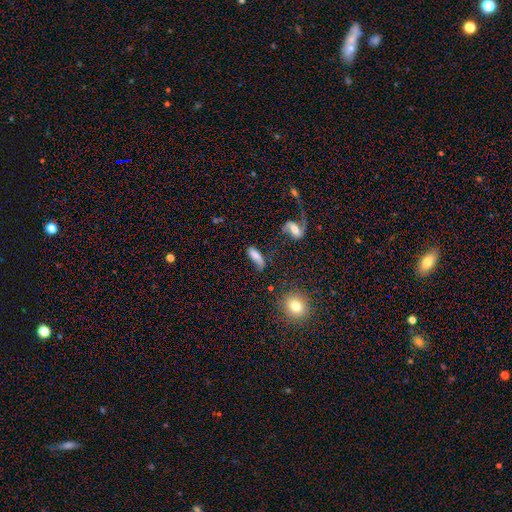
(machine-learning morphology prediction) Q: Smooth or featured?
A: smooth (59%); runner-up: featured or disk (30%)
Q: How rounded?
A: in between (64%); runner-up: cigar-shaped (31%)
Q: Merging?
A: none (40%); runner-up: minor disturbance (25%)